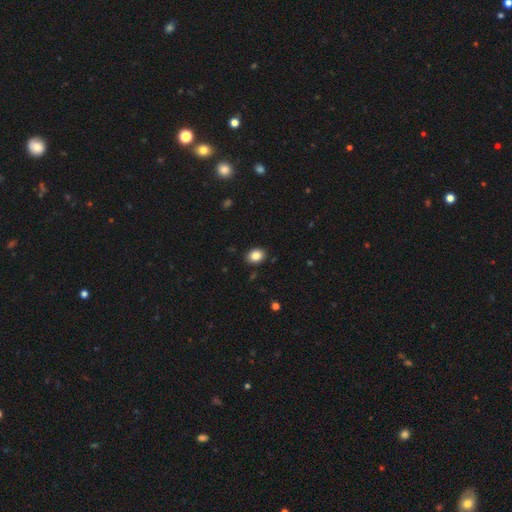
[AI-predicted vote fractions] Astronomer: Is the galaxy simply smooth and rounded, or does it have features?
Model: smooth — 85%.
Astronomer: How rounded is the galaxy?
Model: in between — 59% (runner-up: round, 40%).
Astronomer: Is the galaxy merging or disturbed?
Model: none — 90%.